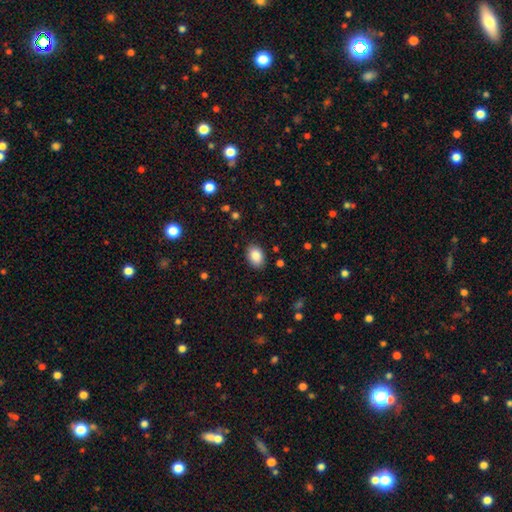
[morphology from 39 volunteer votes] type=smooth (87%); roundness=in between (76%); merging=none (86%).